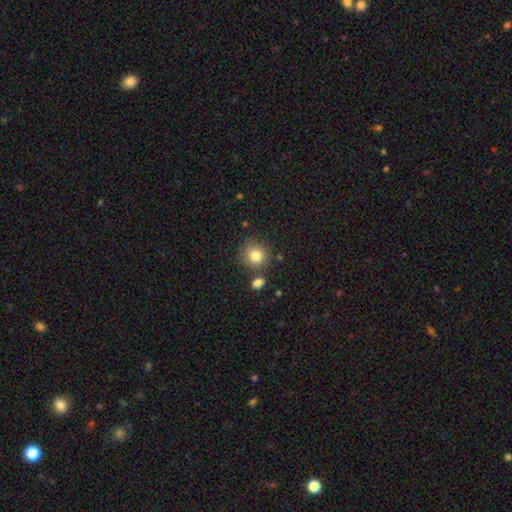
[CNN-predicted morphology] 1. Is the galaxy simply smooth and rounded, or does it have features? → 82% smooth, 10% star or artifact, 7% featured or disk.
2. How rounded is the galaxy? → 88% round, 11% in between, 1% cigar-shaped.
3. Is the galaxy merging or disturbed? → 76% none, 10% merger, 10% minor disturbance, 3% major disturbance.